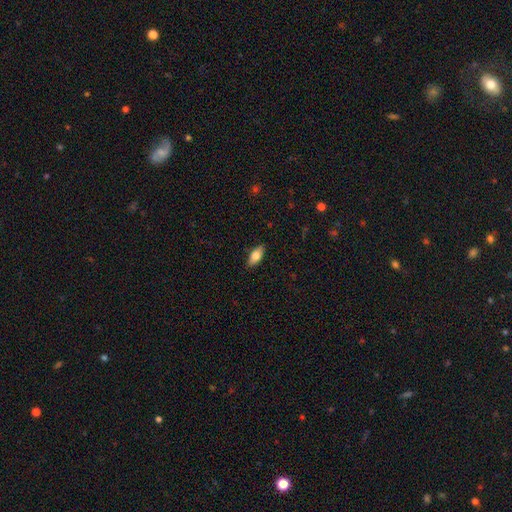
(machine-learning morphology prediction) This is likely a smooth galaxy (76%). How rounded: clearly in between (87%). Merging: clearly none (88%).